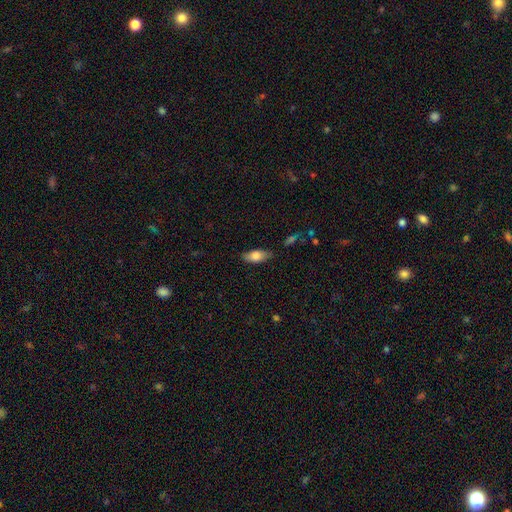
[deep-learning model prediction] Q: Smooth or featured?
A: smooth (75%); runner-up: featured or disk (18%)
Q: How rounded?
A: in between (82%); runner-up: cigar-shaped (15%)
Q: Merging?
A: none (77%); runner-up: minor disturbance (18%)